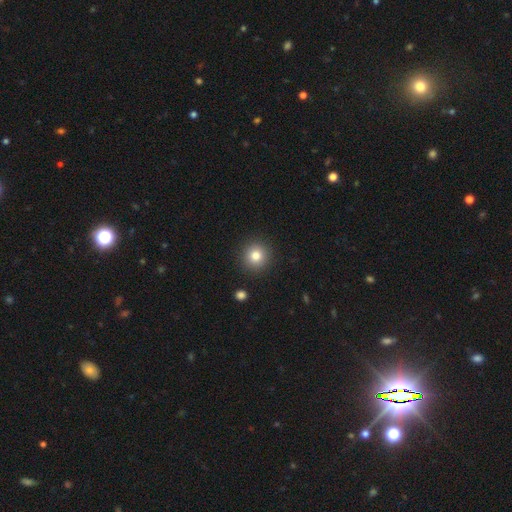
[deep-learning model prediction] smooth-or-featured: smooth: 82% | star or artifact: 11% | featured or disk: 7%
  how-rounded: round: 94% | in between: 5% | cigar-shaped: 1%
  merging: none: 91% | minor disturbance: 6% | major disturbance: 2% | merger: 2%